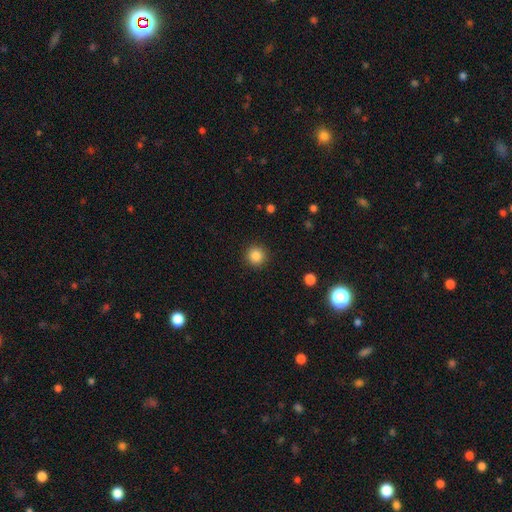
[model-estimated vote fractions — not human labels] Smooth or featured: smooth — 86% (star or artifact — 11%)
How rounded: round — 94% (in between — 5%)
Merging: none — 91% (minor disturbance — 6%)